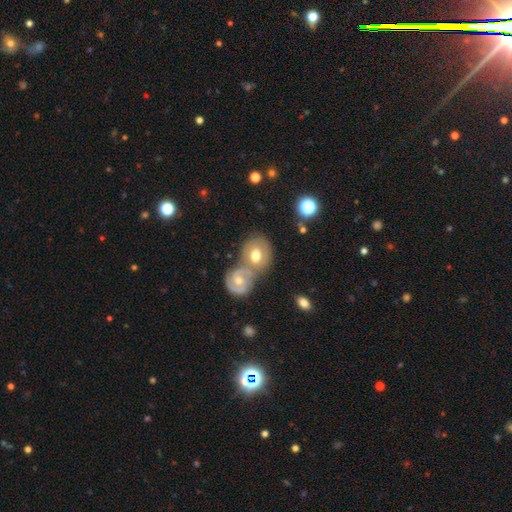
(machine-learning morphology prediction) Smooth or featured?
  - smooth: 47% *
  - featured or disk: 45%
  - star or artifact: 7%
Merging?
  - merger: 55% *
  - none: 30%
  - minor disturbance: 10%
  - major disturbance: 5%